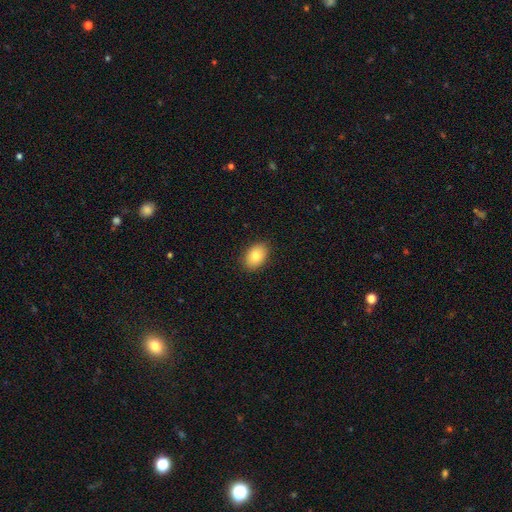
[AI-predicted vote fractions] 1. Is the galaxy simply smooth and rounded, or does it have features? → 83% smooth, 9% featured or disk, 8% star or artifact.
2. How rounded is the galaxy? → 82% in between, 17% round, 1% cigar-shaped.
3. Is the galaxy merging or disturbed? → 89% none, 8% minor disturbance, 2% major disturbance, 1% merger.